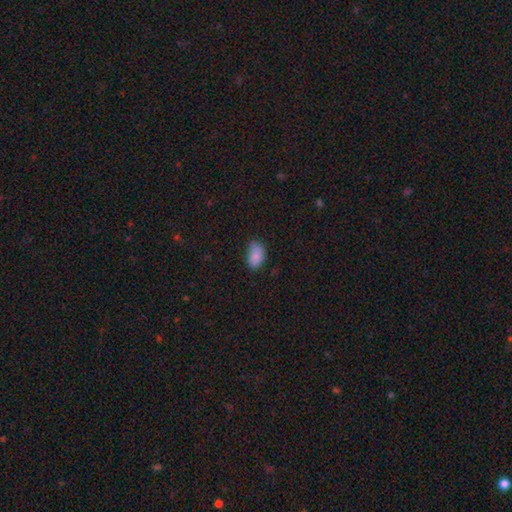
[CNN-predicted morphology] smooth 87%, star or artifact 8%, featured or disk 5%. Down the decision tree: how rounded — in between (92%); merging — none (72%).